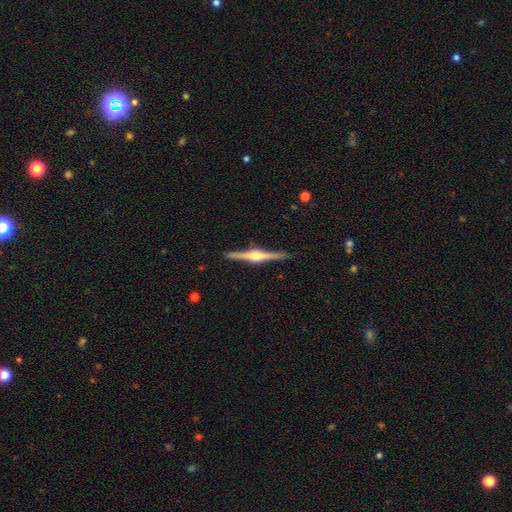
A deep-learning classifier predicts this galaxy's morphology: Q: Smooth or featured?
A: featured or disk (84%); runner-up: smooth (11%)
Q: Edge-on disk?
A: yes (99%); runner-up: no (1%)
Q: Edge-on bulge?
A: rounded (91%); runner-up: boxy (6%)
Q: Merging?
A: none (91%); runner-up: minor disturbance (6%)